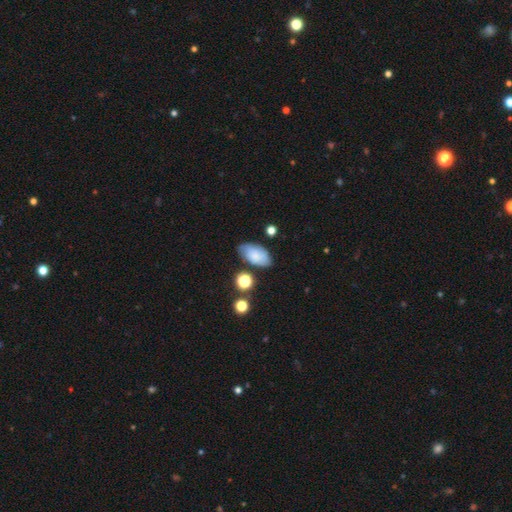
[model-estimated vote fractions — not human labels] The model was most divided on "merging": none: 70%, minor disturbance: 20%, major disturbance: 5%, merger: 5%. More confident: how rounded — in between (93%); smooth or featured — smooth (72%).